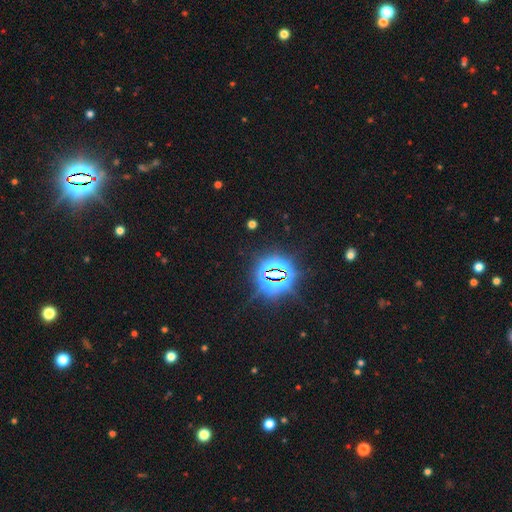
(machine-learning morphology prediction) smooth-or-featured: star or artifact: 85% | smooth: 9% | featured or disk: 7%